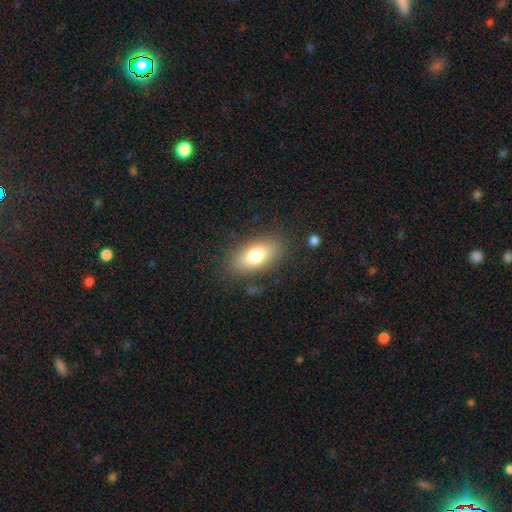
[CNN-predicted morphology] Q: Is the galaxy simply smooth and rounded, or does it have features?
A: smooth — 77%.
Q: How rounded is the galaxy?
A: in between — 87%.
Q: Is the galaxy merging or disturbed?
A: none — 83%.